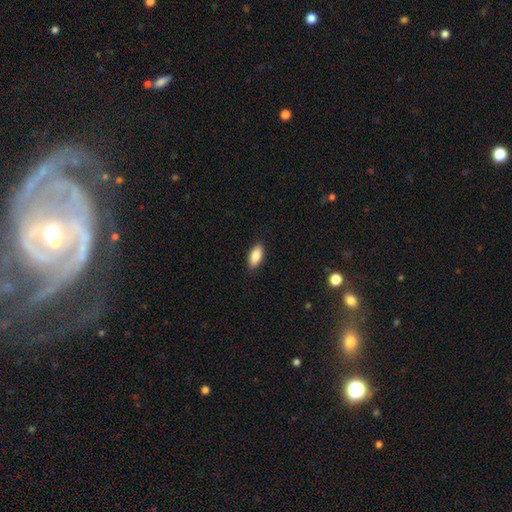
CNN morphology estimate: type=smooth (87%); roundness=in between (89%); merging=none (88%).